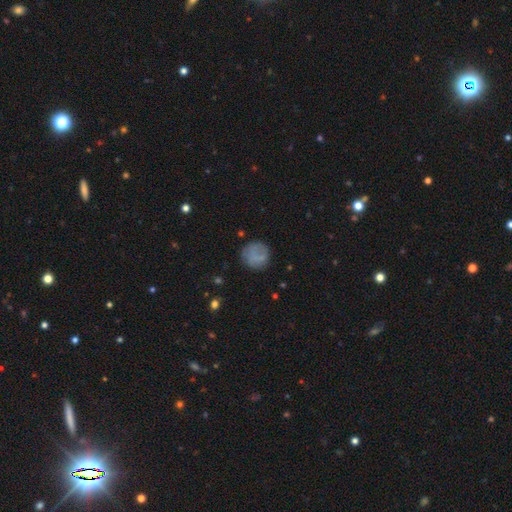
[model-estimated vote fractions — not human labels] smooth_or_featured: smooth (p=0.74) [alt: featured or disk p=0.16]
how_rounded: round (p=0.91) [alt: in between p=0.08]
merging: none (p=0.72) [alt: minor disturbance p=0.17]